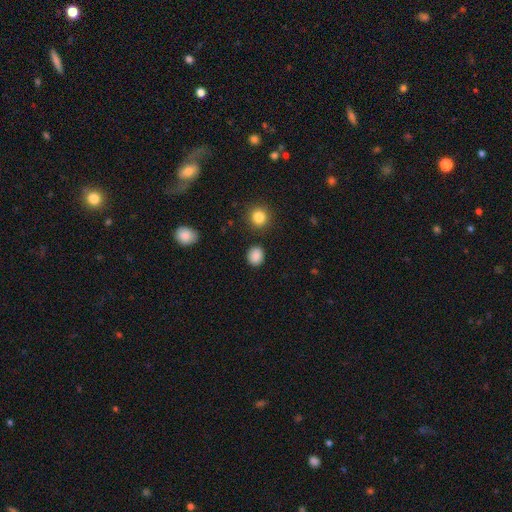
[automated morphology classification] The model was most divided on "how rounded": round: 70%, in between: 29%, cigar-shaped: 1%. More confident: smooth or featured — smooth (87%); merging — none (86%).